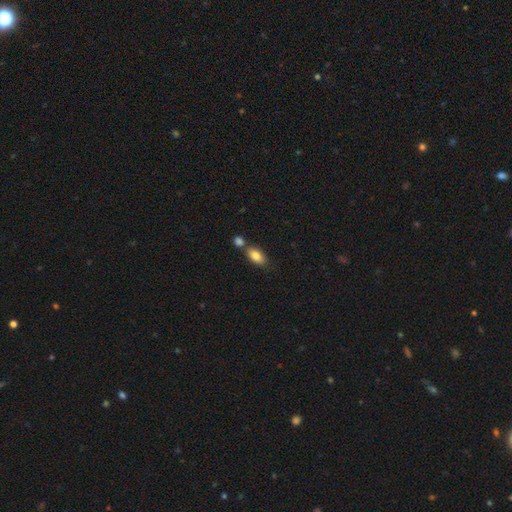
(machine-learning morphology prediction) Smooth or featured? Predicted: smooth (p=0.82). How rounded? Predicted: in between (p=0.89). Merging? Predicted: none (p=0.59).